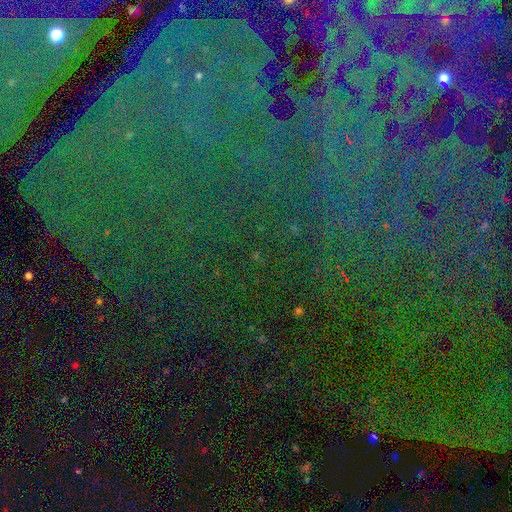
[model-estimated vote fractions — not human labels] smooth_or_featured: star or artifact (p=0.78) [alt: featured or disk p=0.12]